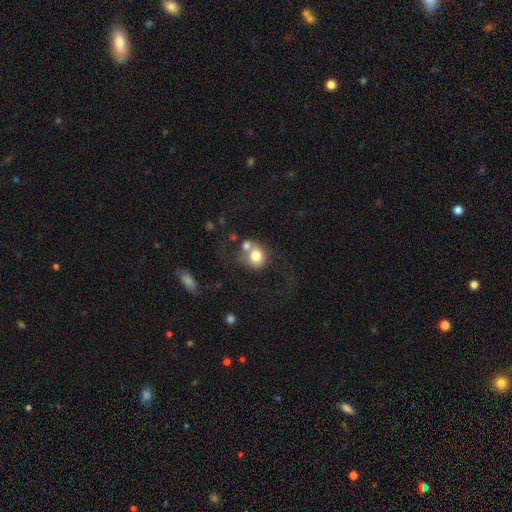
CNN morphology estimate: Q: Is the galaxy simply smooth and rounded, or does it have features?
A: smooth — 73%.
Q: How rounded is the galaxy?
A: round — 74%.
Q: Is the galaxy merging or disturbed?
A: merger — 39%.